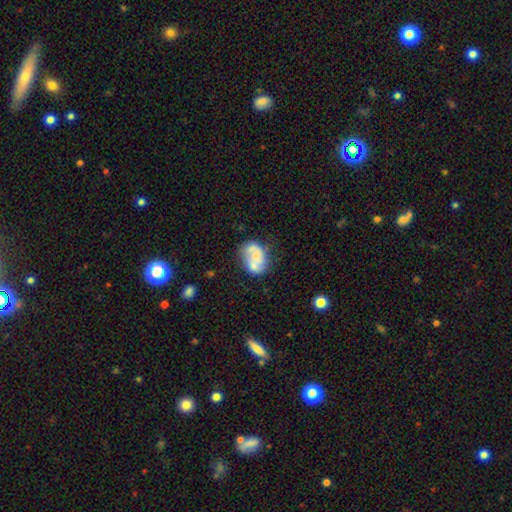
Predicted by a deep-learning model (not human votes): smooth_or_featured: featured or disk (p=0.59) [alt: smooth p=0.34]
disk_edge_on: no (p=0.97) [alt: yes p=0.03]
bar: no (p=0.77) [alt: weak p=0.19]
has_spiral_arms: yes (p=0.59) [alt: no p=0.41]
bulge_size: small (p=0.46) [alt: moderate p=0.44]
merging: none (p=0.39) [alt: merger p=0.32]